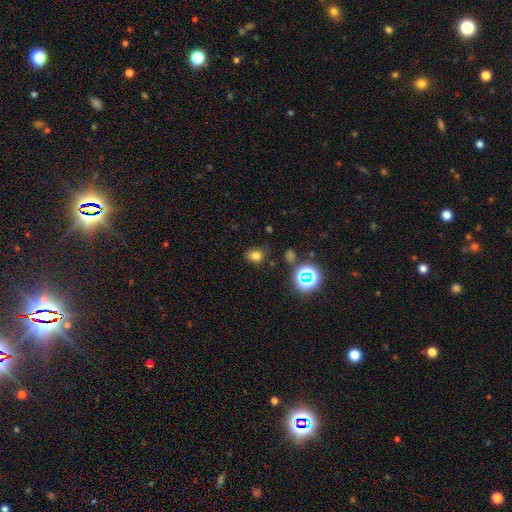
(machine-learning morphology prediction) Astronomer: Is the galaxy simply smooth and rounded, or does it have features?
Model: smooth — 73%.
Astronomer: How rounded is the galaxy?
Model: round — 65%.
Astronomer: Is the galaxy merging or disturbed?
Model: none — 76%.